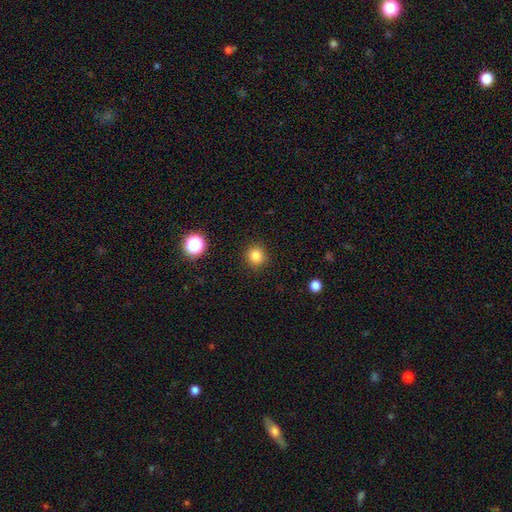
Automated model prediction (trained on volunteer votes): Smooth or featured? smooth (83%)
How rounded? round (92%)
Merging? none (91%)